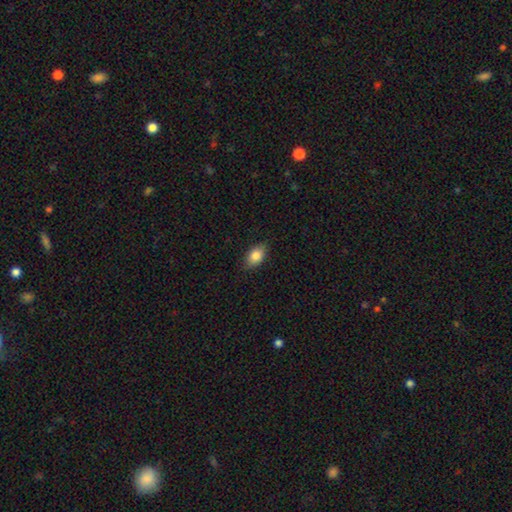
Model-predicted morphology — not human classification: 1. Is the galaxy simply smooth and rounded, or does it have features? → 84% smooth, 8% featured or disk, 8% star or artifact.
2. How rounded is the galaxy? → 88% in between, 10% round, 2% cigar-shaped.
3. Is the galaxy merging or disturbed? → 85% none, 12% minor disturbance, 2% major disturbance, 1% merger.